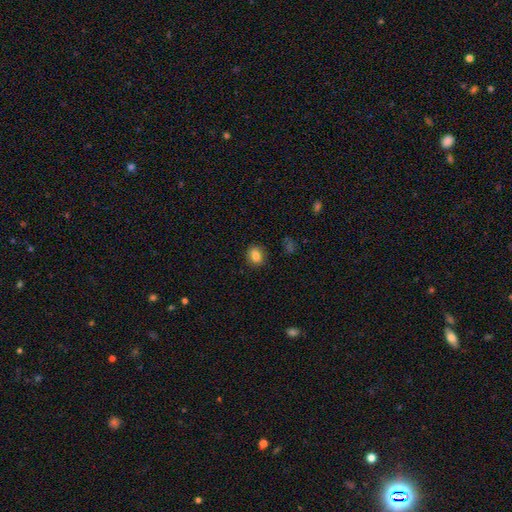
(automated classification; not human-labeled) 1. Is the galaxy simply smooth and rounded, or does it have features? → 83% smooth, 10% star or artifact, 6% featured or disk.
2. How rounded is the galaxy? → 56% round, 43% in between, 1% cigar-shaped.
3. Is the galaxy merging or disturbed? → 86% none, 10% minor disturbance, 2% major disturbance, 1% merger.